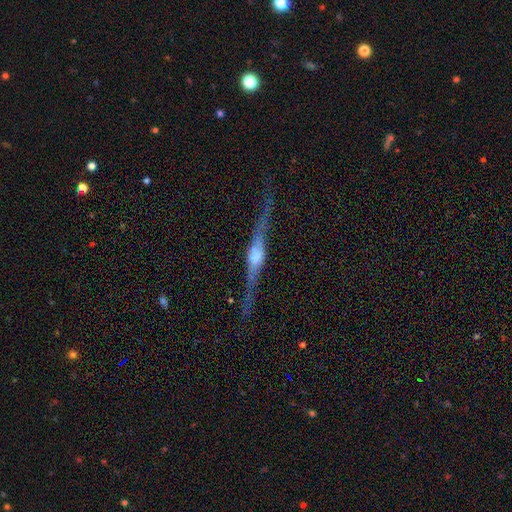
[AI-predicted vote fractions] Overall: featured or disk (83%). Edge-on disk: yes (96%). Edge-on bulge: rounded (79%). Merging: none (78%).